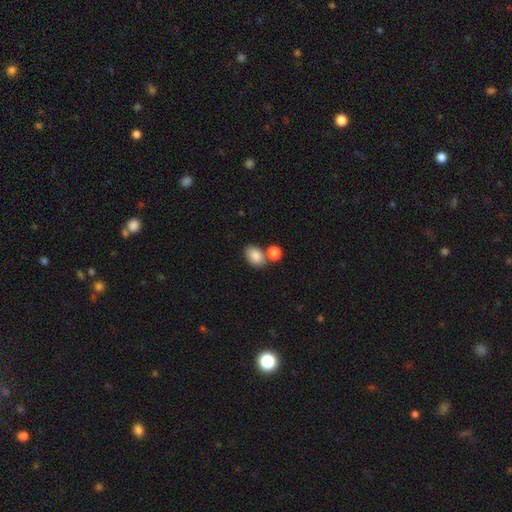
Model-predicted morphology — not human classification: Smooth or featured?
  - smooth: 85% *
  - star or artifact: 8%
  - featured or disk: 6%
How rounded?
  - in between: 81% *
  - round: 18%
  - cigar-shaped: 1%
Merging?
  - none: 59% *
  - merger: 25%
  - minor disturbance: 12%
  - major disturbance: 4%